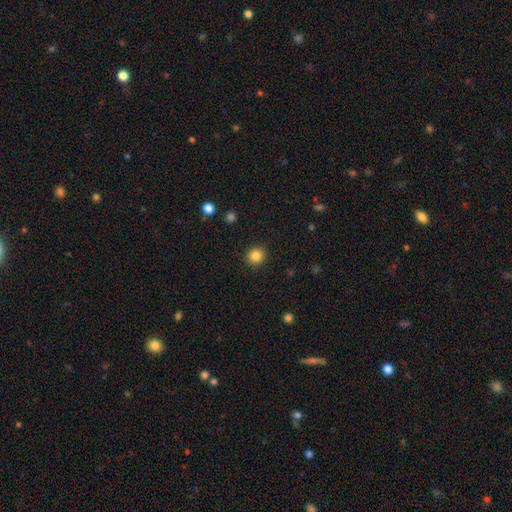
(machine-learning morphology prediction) Smooth or featured? Predicted: smooth (p=0.84). How rounded? Predicted: round (p=0.91). Merging? Predicted: none (p=0.91).